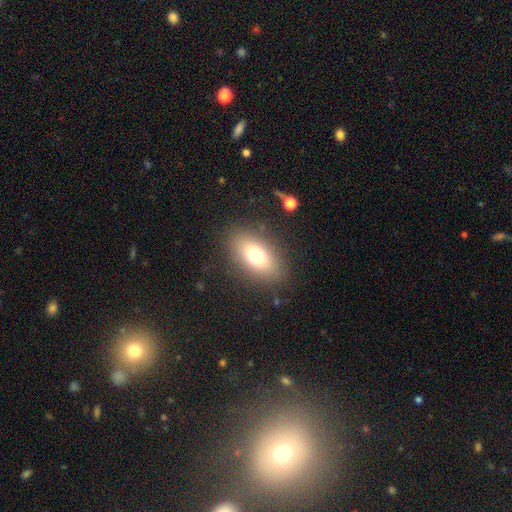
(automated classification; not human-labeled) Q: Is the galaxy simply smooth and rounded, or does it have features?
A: smooth — 73%.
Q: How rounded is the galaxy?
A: in between — 85%.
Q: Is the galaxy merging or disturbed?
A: none — 84%.